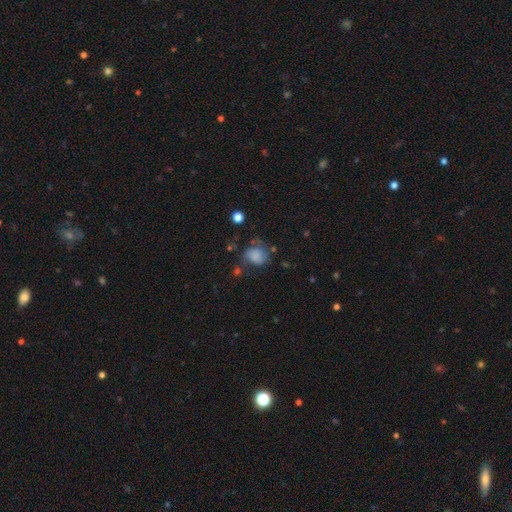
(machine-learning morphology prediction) A smooth galaxy with no disk features (70%) that is round (54%).

Vote fractions:
- Smooth or featured? smooth: 70% / featured or disk: 17% / star or artifact: 12%
- How rounded? round: 54% / in between: 45% / cigar-shaped: 1%
- Merging? none: 42% / minor disturbance: 28% / major disturbance: 23% / merger: 6%